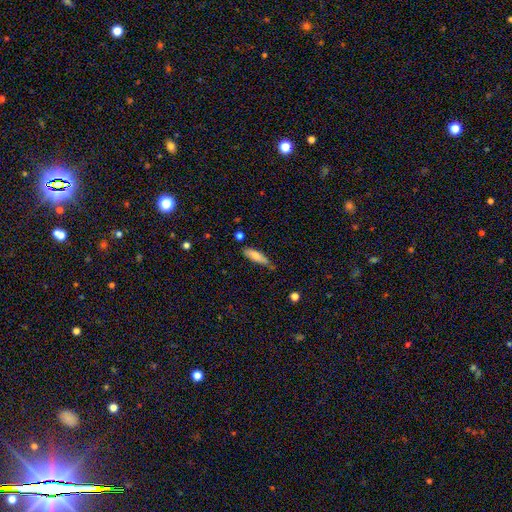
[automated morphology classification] The model was most divided on "how rounded": cigar-shaped: 61%, in between: 37%, round: 2%. More confident: smooth or featured — smooth (73%); merging — none (67%).